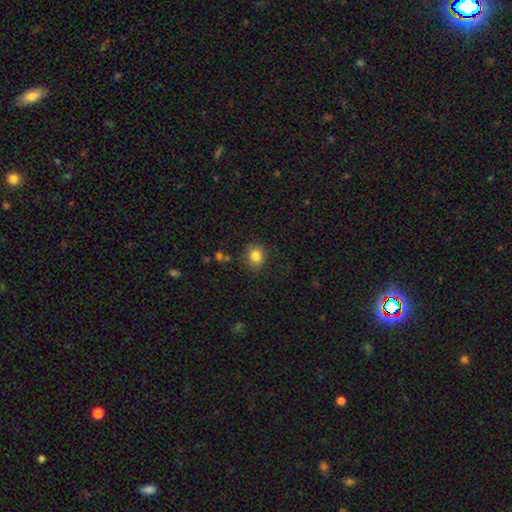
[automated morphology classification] A smooth galaxy with no disk features (84%) that is round (75%). Merging: none (84%).